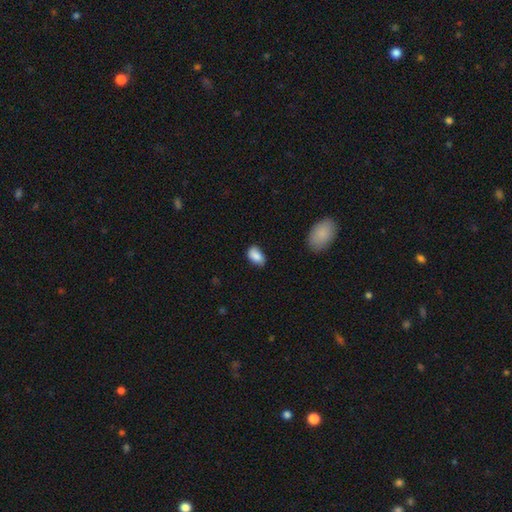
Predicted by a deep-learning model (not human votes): This appears to be a smooth galaxy with no disk features (86%) that is in between round and cigar-shaped (90%). Merging: none (72%).